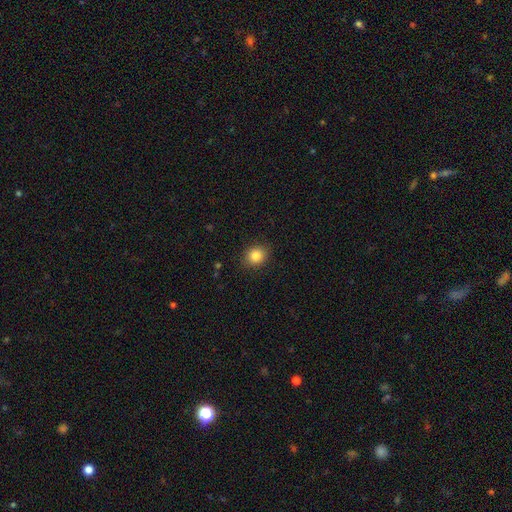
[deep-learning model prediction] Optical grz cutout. It shows a smooth galaxy with no disk features (84%) that is round (72%). Merging: none (88%).